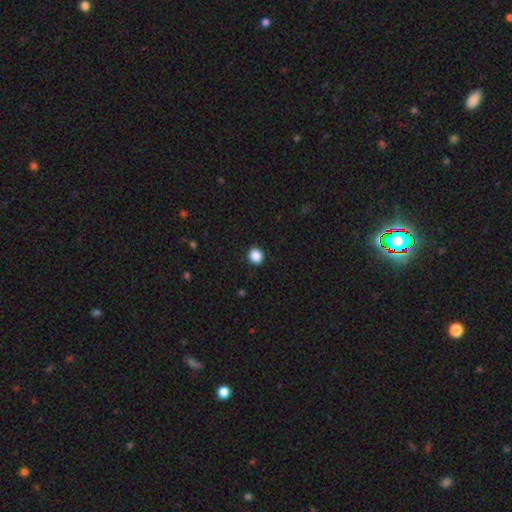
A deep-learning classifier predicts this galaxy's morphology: Smooth or featured? Predicted: smooth (p=0.88). How rounded? Predicted: round (p=0.89). Merging? Predicted: none (p=0.93).